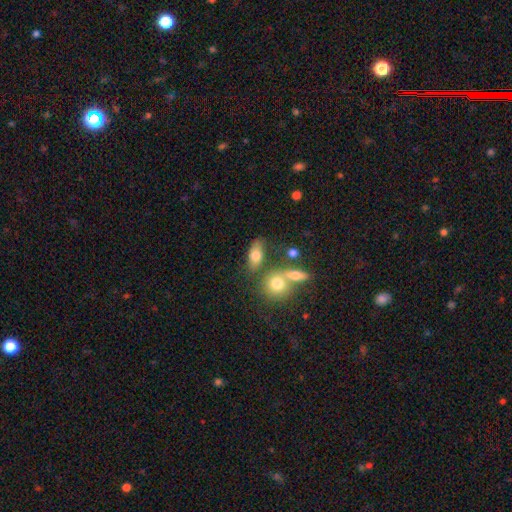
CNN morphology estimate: smooth 74%, featured or disk 16%, star or artifact 10%. Down the decision tree: how rounded — in between (80%); merging — none (61%).